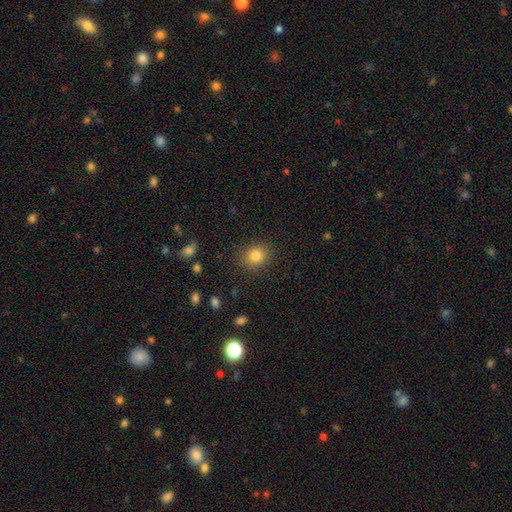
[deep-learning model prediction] This is clearly a smooth galaxy (83%). How rounded: likely round (68%). Merging: clearly none (87%).